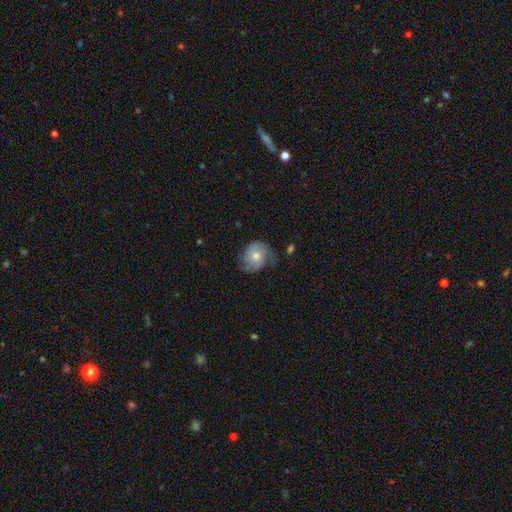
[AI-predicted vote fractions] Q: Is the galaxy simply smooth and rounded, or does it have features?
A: featured or disk — 68%.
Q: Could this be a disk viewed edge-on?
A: no — 97%.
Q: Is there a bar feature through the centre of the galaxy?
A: no — 80%.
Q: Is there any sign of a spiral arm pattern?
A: yes — 92%.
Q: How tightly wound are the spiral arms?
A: tight — 43%.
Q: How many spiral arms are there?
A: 2 — 46%.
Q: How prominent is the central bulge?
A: moderate — 62%.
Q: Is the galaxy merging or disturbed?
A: none — 64%.